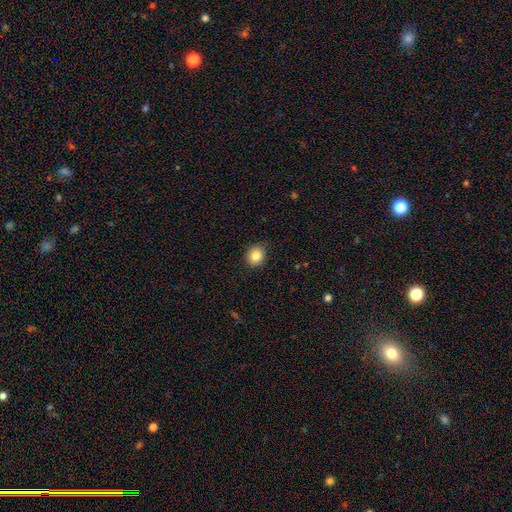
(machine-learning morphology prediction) This is clearly a smooth galaxy (83%). How rounded: likely round (71%). Merging: clearly none (86%).